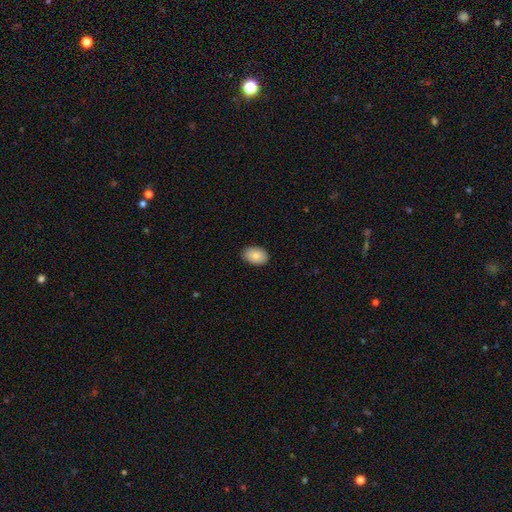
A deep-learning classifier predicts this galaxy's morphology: smooth_or_featured: smooth (p=0.86) [alt: featured or disk p=0.08]
how_rounded: in between (p=0.87) [alt: round p=0.12]
merging: none (p=0.89) [alt: minor disturbance p=0.09]